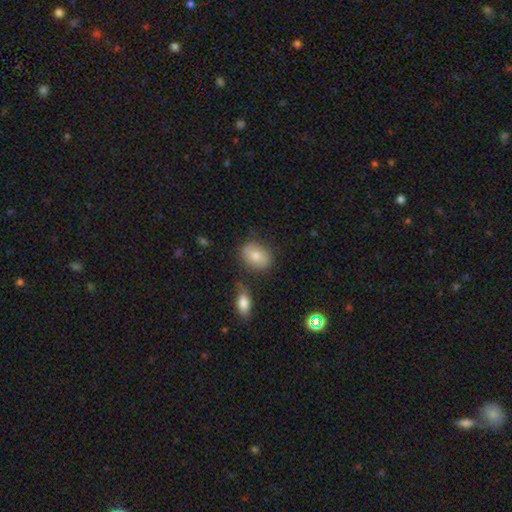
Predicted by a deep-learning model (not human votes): Overall: smooth (75%). How rounded: in between (68%; round 31%). Merging: none (74%).